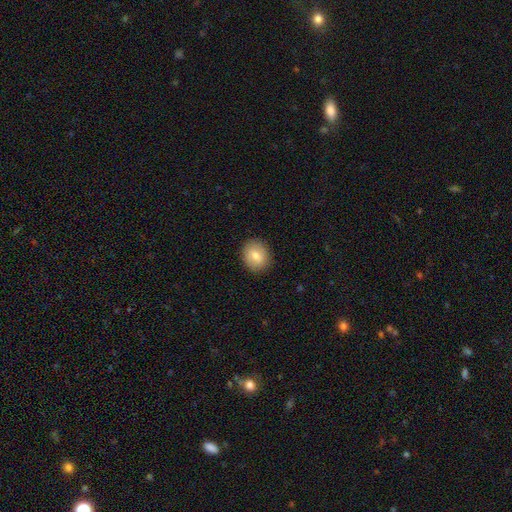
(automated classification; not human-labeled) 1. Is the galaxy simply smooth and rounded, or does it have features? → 77% smooth, 15% featured or disk, 8% star or artifact.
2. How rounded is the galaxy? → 68% round, 31% in between, 1% cigar-shaped.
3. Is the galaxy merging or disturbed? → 89% none, 8% minor disturbance, 2% major disturbance, 1% merger.